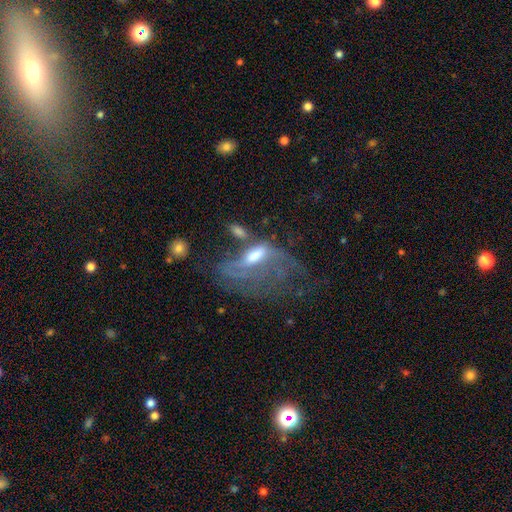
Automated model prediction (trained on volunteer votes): Morphology: type=featured or disk (64%); edge-on=no (85%); bar=no (46%); spiral arms=no (54%); bulge=moderate (58%); merging=major disturbance (48%).